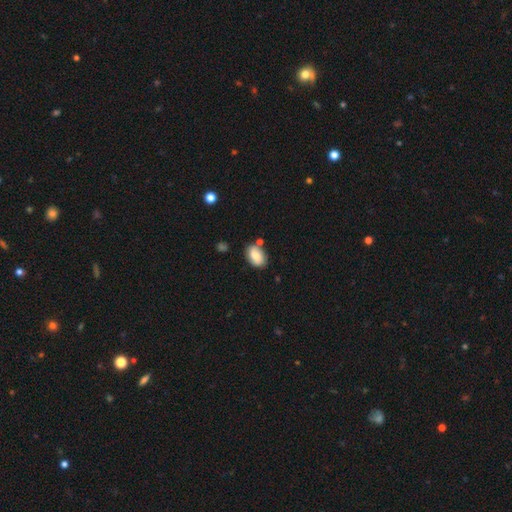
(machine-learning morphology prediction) This is likely a smooth galaxy (79%). How rounded: clearly in between (88%). Merging: likely none (71%).